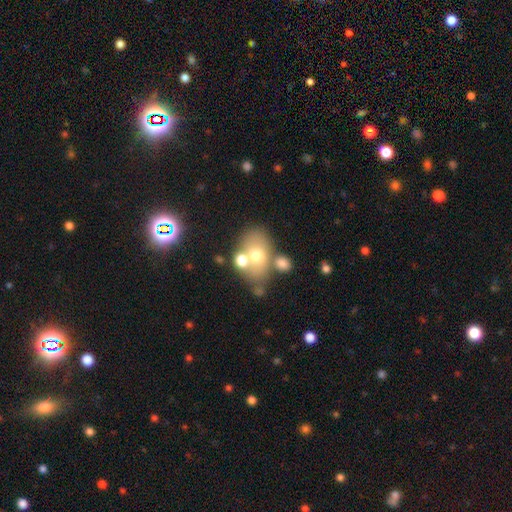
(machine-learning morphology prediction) smooth 60%, featured or disk 30%, star or artifact 11%. Down the decision tree: how rounded — in between (72%); merging — none (47%).